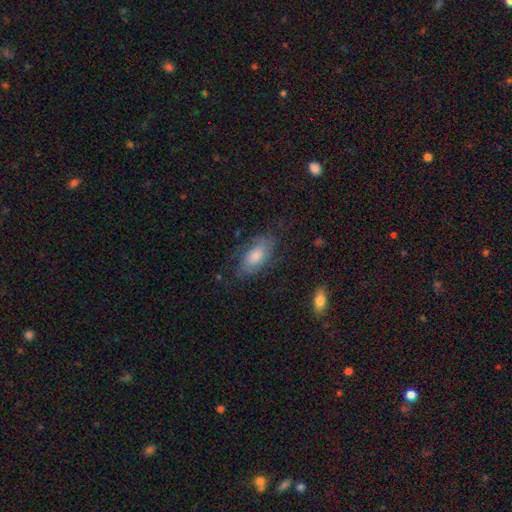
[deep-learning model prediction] smooth 56%, featured or disk 36%, star or artifact 8%. Down the decision tree: how rounded — in between (86%); merging — none (67%).